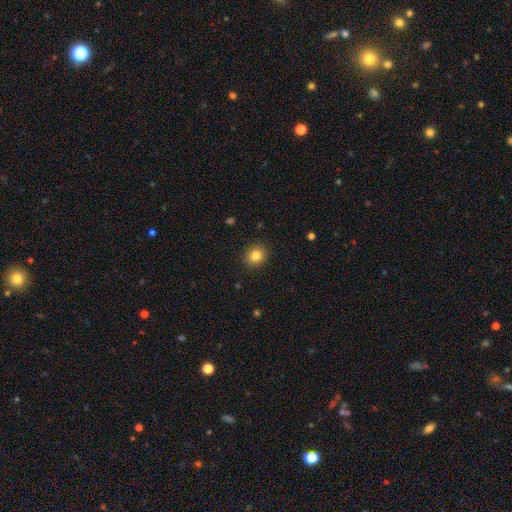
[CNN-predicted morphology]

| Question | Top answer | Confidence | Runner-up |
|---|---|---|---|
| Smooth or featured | smooth | 83% | star or artifact (11%) |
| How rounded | round | 79% | in between (21%) |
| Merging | none | 90% | minor disturbance (7%) |